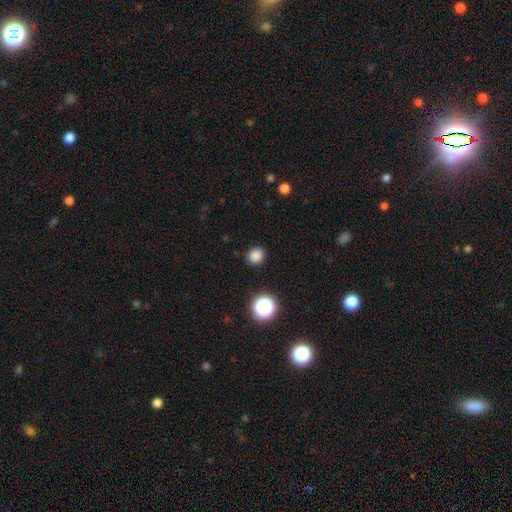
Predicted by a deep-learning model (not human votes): Smooth or featured? smooth (83%)
How rounded? round (86%)
Merging? none (90%)